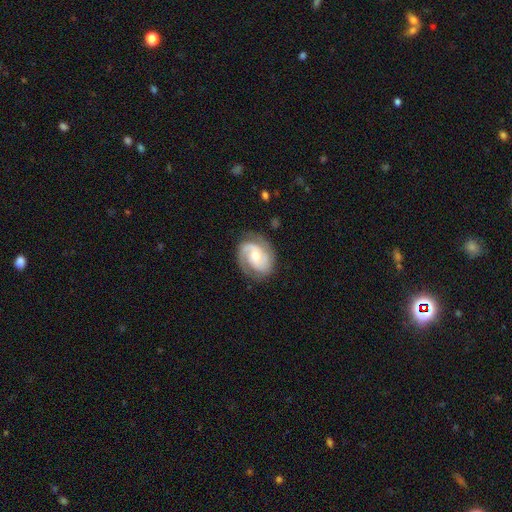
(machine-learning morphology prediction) Overall: featured or disk (83%). Edge-on disk: no (98%). Bar: no (54%; weak 37%). Spiral arms: yes (96%). Spiral arm count: 2 (80%). Spiral winding: medium (45%; tight 42%). Bulge size: moderate (58%; small 34%). Merging: none (75%).